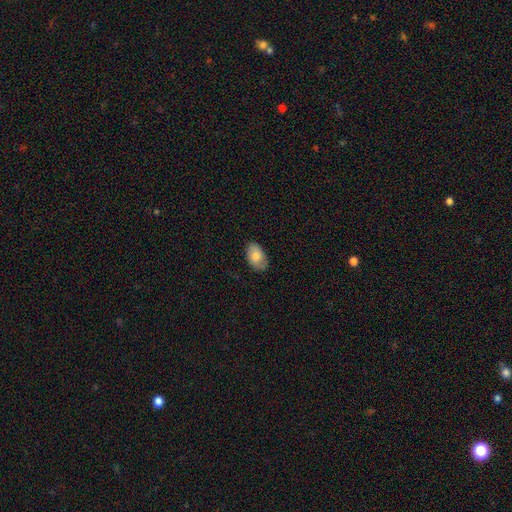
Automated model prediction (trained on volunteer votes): A smooth galaxy with no disk features (78%) that is in between round and cigar-shaped (92%). Merging: none (82%).